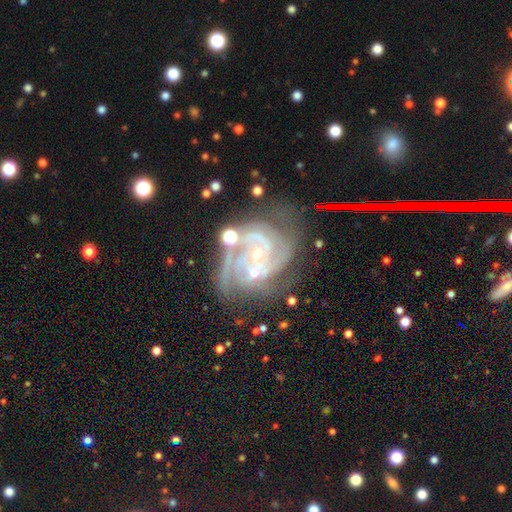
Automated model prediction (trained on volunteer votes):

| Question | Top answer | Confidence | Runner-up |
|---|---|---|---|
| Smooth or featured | featured or disk | 88% | star or artifact (8%) |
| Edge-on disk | no | 98% | yes (2%) |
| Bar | no | 63% | weak (26%) |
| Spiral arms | yes | 98% | no (2%) |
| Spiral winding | tight | 55% | medium (38%) |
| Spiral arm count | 3 | 34% | 2 (28%) |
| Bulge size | small | 82% | moderate (13%) |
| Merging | none | 57% | minor disturbance (21%) |